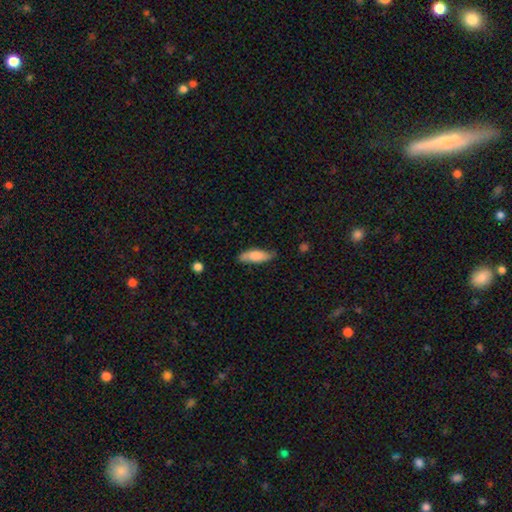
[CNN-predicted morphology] The model was most divided on "how rounded": in between: 56%, cigar-shaped: 42%, round: 2%. More confident: merging — none (75%); smooth or featured — smooth (72%).